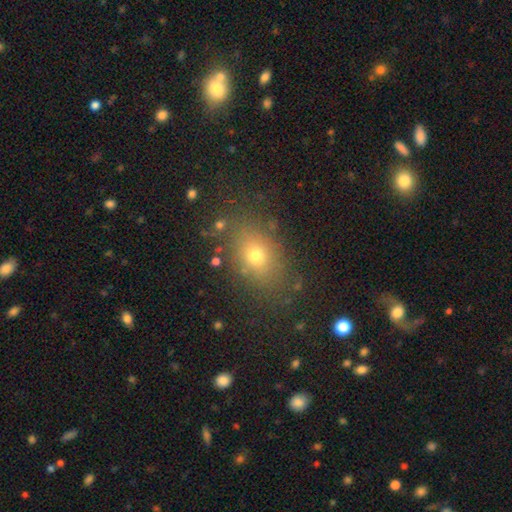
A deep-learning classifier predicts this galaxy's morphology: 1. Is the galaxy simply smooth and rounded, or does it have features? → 70% smooth, 17% star or artifact, 13% featured or disk.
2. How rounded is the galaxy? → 68% in between, 30% round, 2% cigar-shaped.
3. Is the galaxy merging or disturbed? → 79% none, 12% minor disturbance, 6% major disturbance, 3% merger.